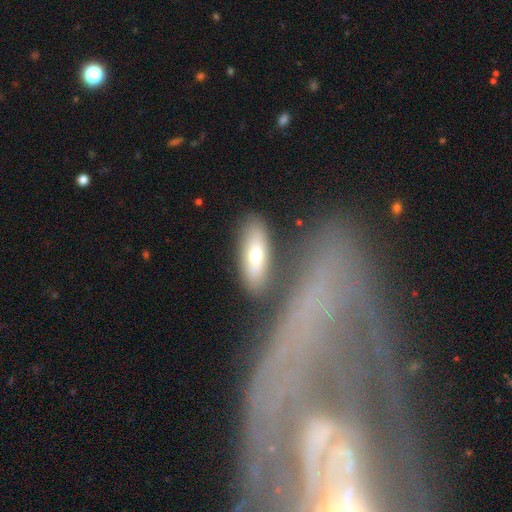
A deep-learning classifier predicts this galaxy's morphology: A smooth galaxy with no disk features (60%) that is in between round and cigar-shaped (64%).

Vote fractions:
- Smooth or featured? smooth: 60% / featured or disk: 32% / star or artifact: 8%
- How rounded? in between: 64% / cigar-shaped: 33% / round: 3%
- Merging? none: 77% / minor disturbance: 12% / merger: 7% / major disturbance: 4%